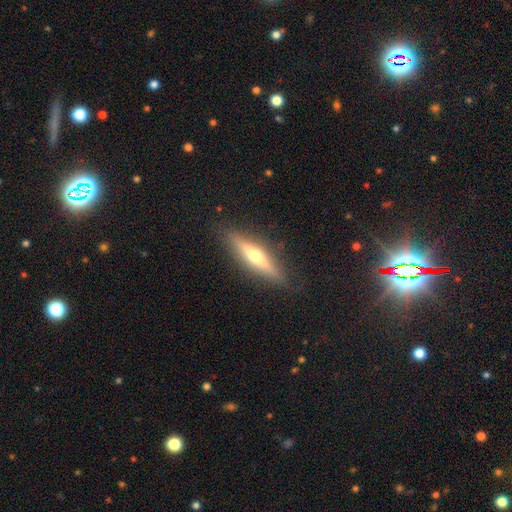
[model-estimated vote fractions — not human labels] Smooth or featured? featured or disk (60%)
Edge-on disk? yes (93%)
Edge-on bulge? rounded (90%)
Merging? none (88%)